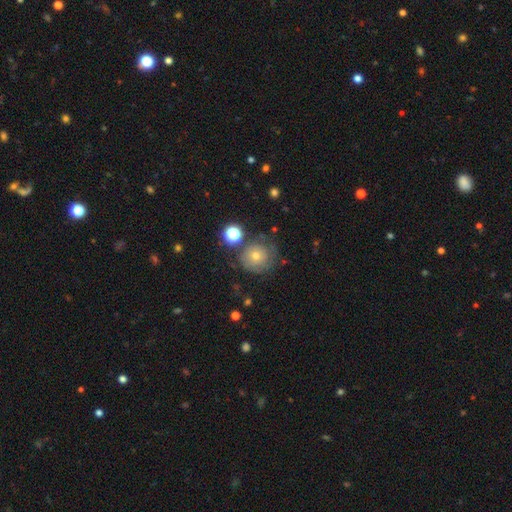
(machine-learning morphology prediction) Smooth or featured?
  - smooth: 50% *
  - featured or disk: 34%
  - star or artifact: 17%
Merging?
  - none: 69% *
  - minor disturbance: 17%
  - major disturbance: 8%
  - merger: 6%